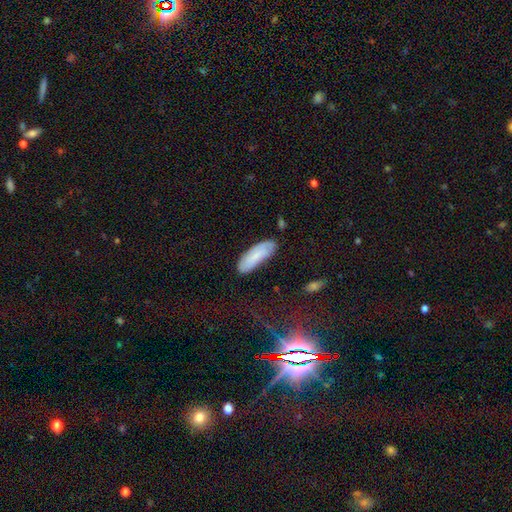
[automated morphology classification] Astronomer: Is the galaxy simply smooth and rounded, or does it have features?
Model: smooth — 68%.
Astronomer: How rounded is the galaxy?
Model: in between — 59% (runner-up: cigar-shaped, 39%).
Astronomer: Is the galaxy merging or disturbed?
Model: none — 74%.